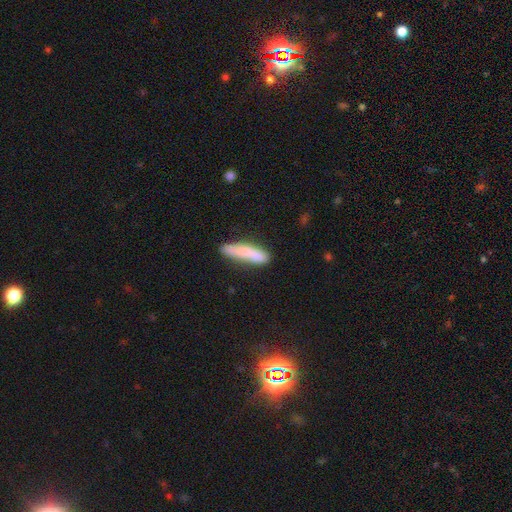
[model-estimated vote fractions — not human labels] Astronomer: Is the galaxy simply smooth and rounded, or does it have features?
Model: smooth — 78%.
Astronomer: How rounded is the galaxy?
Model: cigar-shaped — 83%.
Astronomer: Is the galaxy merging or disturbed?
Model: none — 68%.